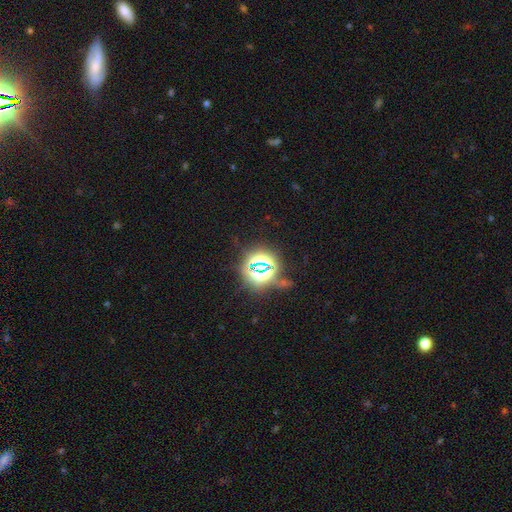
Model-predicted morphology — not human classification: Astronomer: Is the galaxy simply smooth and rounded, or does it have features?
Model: star or artifact — 78%.